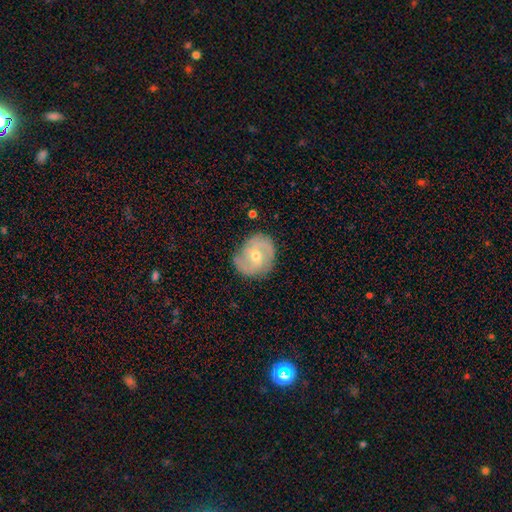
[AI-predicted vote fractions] A featured or disk galaxy (75%) with no bar (47%), 2 (75%) medium (47%) spiral arms (92%) and a moderate central bulge (58%).

Vote fractions:
- Smooth or featured? featured or disk: 75% / smooth: 18% / star or artifact: 6%
- Edge-on disk? no: 97% / yes: 3%
- Bar? no: 47% / weak: 43% / strong: 11%
- Spiral arms? yes: 92% / no: 8%
- Spiral winding? medium: 47% / tight: 36% / loose: 17%
- Spiral arm count? 2: 75% / can't tell: 10% / 3: 9% / 1: 3% / 4: 2% / more than 4: 2%
- Bulge size? moderate: 58% / small: 39% / large: 2% / none: 1% / dominant: 1%
- Merging? none: 77% / minor disturbance: 17% / major disturbance: 5% / merger: 1%